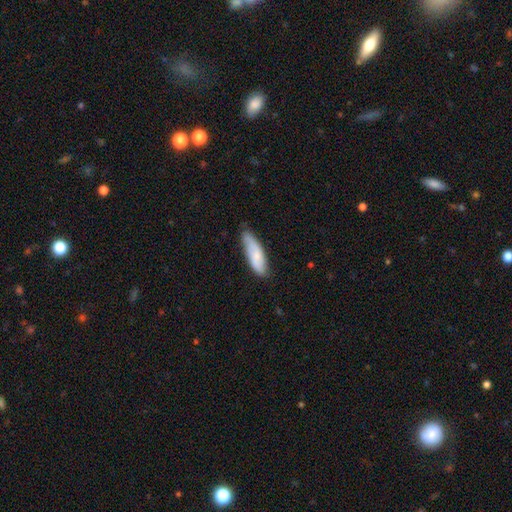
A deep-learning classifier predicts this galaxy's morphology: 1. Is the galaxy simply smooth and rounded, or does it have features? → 67% smooth, 27% featured or disk, 6% star or artifact.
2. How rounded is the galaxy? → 53% in between, 45% cigar-shaped, 2% round.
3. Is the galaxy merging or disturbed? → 66% none, 28% minor disturbance, 4% major disturbance, 2% merger.